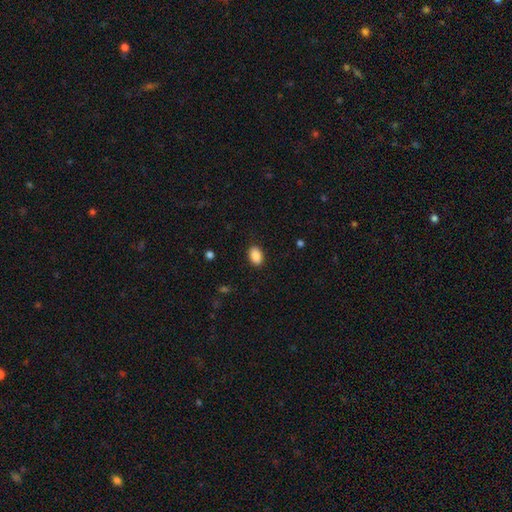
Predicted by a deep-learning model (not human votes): The model was most divided on "how rounded": in between: 89%, round: 10%, cigar-shaped: 1%. More confident: smooth or featured — smooth (90%); merging — none (88%).